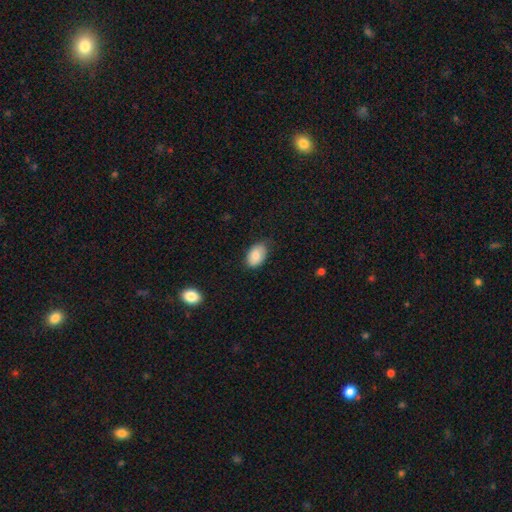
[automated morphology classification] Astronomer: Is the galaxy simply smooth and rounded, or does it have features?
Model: smooth — 83%.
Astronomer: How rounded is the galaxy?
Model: in between — 89%.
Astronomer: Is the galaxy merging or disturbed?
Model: none — 73%.